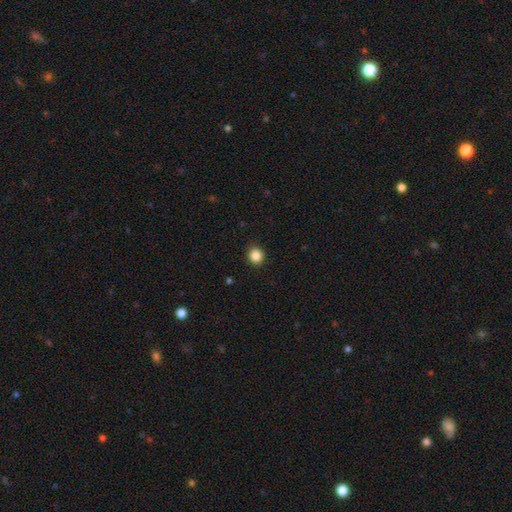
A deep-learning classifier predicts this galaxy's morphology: This appears to be a smooth galaxy with no disk features (86%) that is round (87%). Merging: none (91%).